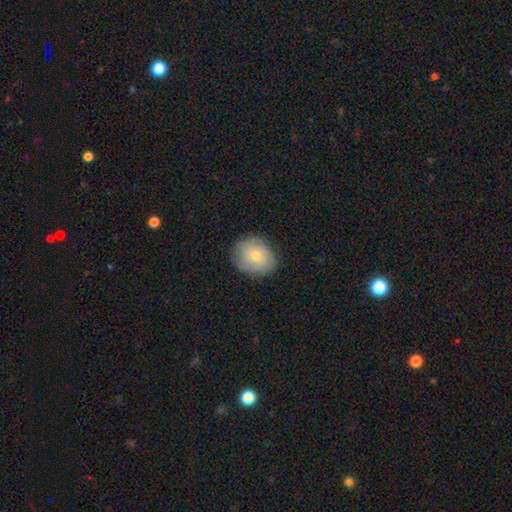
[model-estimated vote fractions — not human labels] Smooth or featured?
  - smooth: 60% *
  - featured or disk: 33%
  - star or artifact: 8%
How rounded?
  - round: 56% *
  - in between: 43%
  - cigar-shaped: 1%
Merging?
  - none: 78% *
  - minor disturbance: 16%
  - major disturbance: 5%
  - merger: 1%